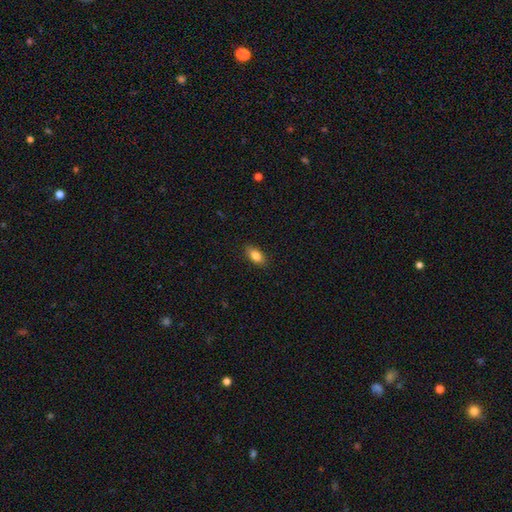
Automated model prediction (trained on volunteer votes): Smooth or featured? Predicted: smooth (p=0.84). How rounded? Predicted: in between (p=0.89). Merging? Predicted: none (p=0.88).